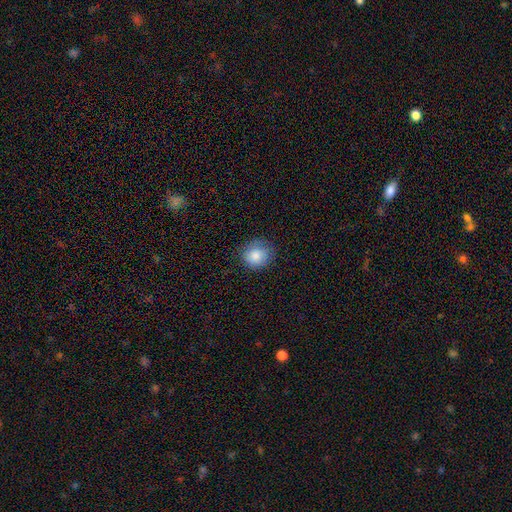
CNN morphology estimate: Smooth or featured: smooth — 84% (star or artifact — 9%)
How rounded: round — 80% (in between — 19%)
Merging: none — 80% (minor disturbance — 15%)